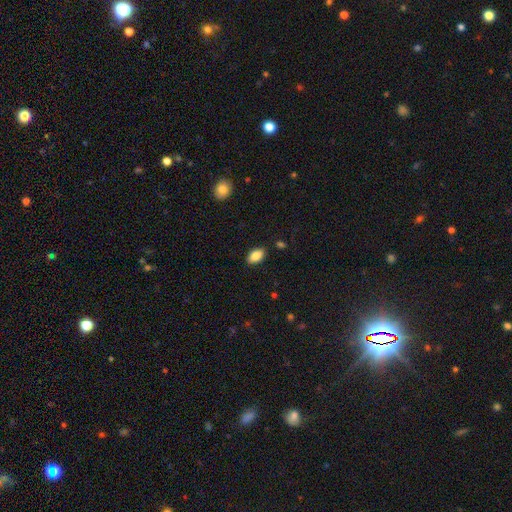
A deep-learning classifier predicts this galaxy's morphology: Smooth or featured?
  - smooth: 86% *
  - star or artifact: 8%
  - featured or disk: 6%
How rounded?
  - in between: 92% *
  - round: 6%
  - cigar-shaped: 2%
Merging?
  - none: 87% *
  - minor disturbance: 9%
  - major disturbance: 2%
  - merger: 1%